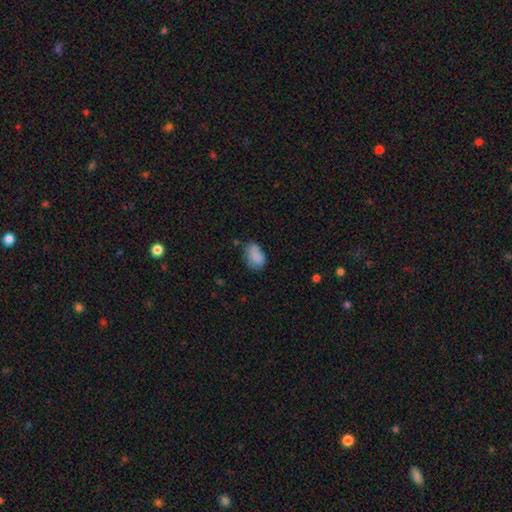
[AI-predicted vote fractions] Q: Smooth or featured?
A: smooth (80%); runner-up: featured or disk (10%)
Q: How rounded?
A: in between (87%); runner-up: round (11%)
Q: Merging?
A: none (56%); runner-up: minor disturbance (29%)